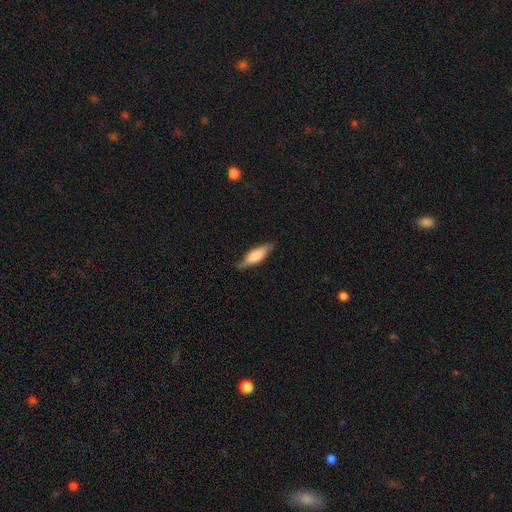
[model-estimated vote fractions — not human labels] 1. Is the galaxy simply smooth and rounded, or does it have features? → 64% smooth, 30% featured or disk, 6% star or artifact.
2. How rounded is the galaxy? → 57% cigar-shaped, 41% in between, 2% round.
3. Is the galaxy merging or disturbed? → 80% none, 15% minor disturbance, 3% major disturbance, 1% merger.